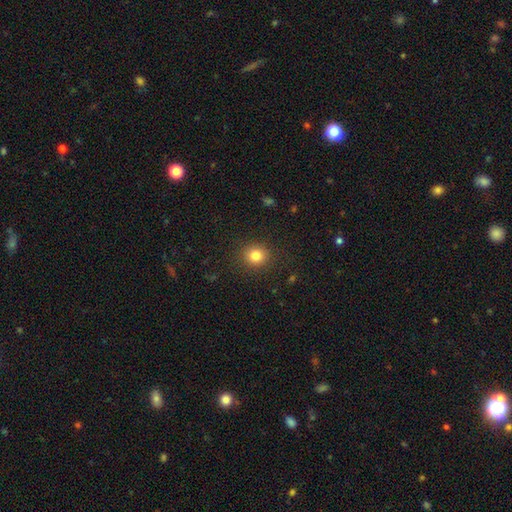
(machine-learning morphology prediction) Smooth or featured?
  - smooth: 82% *
  - star or artifact: 12%
  - featured or disk: 6%
How rounded?
  - round: 85% *
  - in between: 15%
  - cigar-shaped: 1%
Merging?
  - none: 89% *
  - minor disturbance: 7%
  - major disturbance: 3%
  - merger: 1%